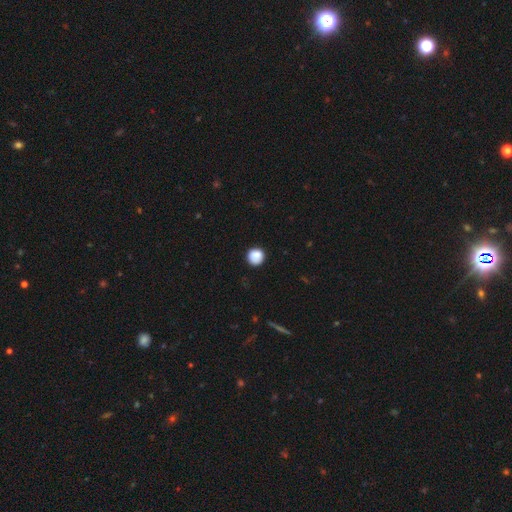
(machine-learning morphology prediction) Smooth or featured: smooth — 87% (star or artifact — 9%)
How rounded: round — 94% (in between — 5%)
Merging: none — 86% (minor disturbance — 10%)